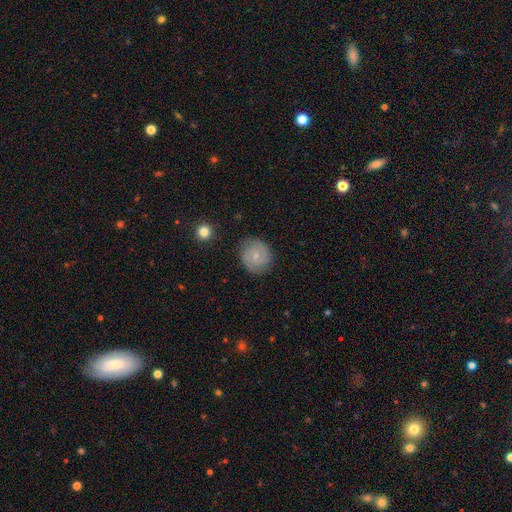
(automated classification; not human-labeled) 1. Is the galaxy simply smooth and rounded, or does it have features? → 68% featured or disk, 26% smooth, 7% star or artifact.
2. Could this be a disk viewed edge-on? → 98% no, 2% yes.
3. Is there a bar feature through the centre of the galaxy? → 56% no, 38% weak, 5% strong.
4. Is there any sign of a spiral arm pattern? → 94% yes, 6% no.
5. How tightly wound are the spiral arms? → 56% tight, 36% medium, 8% loose.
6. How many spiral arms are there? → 75% 2, 12% can't tell, 7% 3, 2% 1, 2% 4, 2% more than 4.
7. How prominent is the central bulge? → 72% small, 20% moderate, 6% none, 1% large, 1% dominant.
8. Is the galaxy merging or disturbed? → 83% none, 12% minor disturbance, 3% major disturbance, 1% merger.